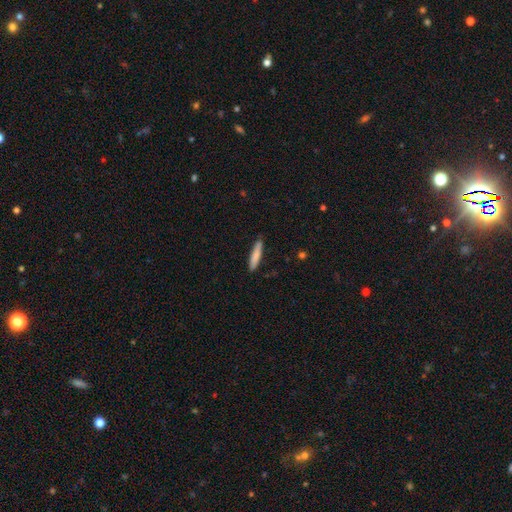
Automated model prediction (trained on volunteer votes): Q: Smooth or featured?
A: smooth (77%); runner-up: featured or disk (17%)
Q: How rounded?
A: cigar-shaped (89%); runner-up: in between (10%)
Q: Merging?
A: none (87%); runner-up: minor disturbance (10%)